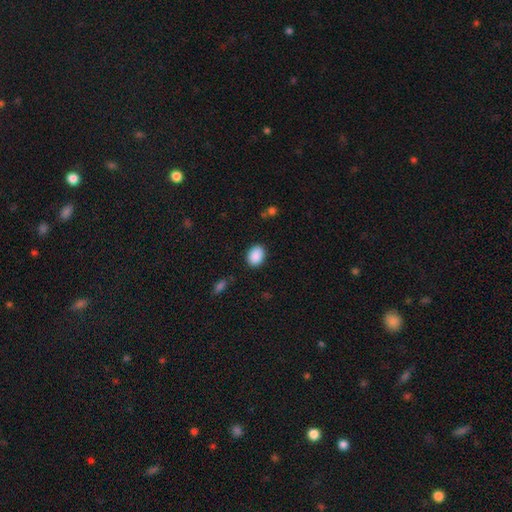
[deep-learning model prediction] smooth-or-featured: smooth: 90% | star or artifact: 7% | featured or disk: 3%
  how-rounded: in between: 68% | round: 31% | cigar-shaped: 1%
  merging: none: 87% | minor disturbance: 9% | major disturbance: 3% | merger: 1%